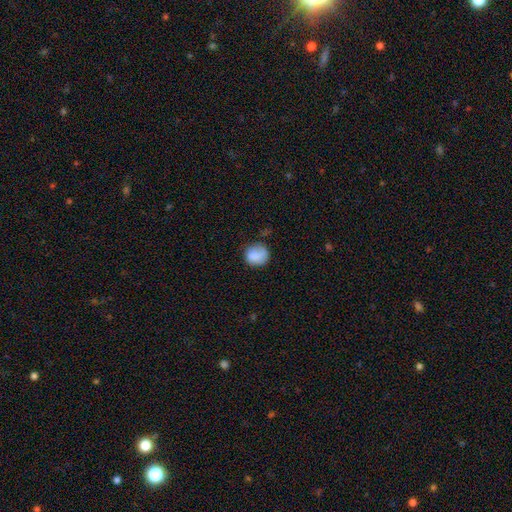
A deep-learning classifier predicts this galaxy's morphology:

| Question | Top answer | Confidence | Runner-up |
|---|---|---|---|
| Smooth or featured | smooth | 83% | featured or disk (9%) |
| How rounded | round | 80% | in between (19%) |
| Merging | none | 63% | minor disturbance (25%) |